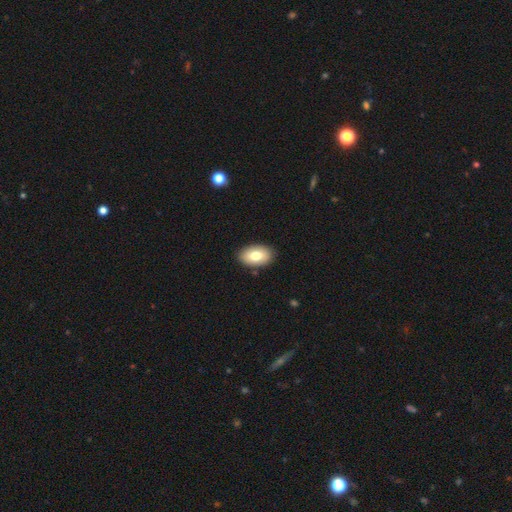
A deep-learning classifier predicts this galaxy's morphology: This appears to be a smooth galaxy with no disk features (77%) that is in between round and cigar-shaped (92%). Merging: none (88%).